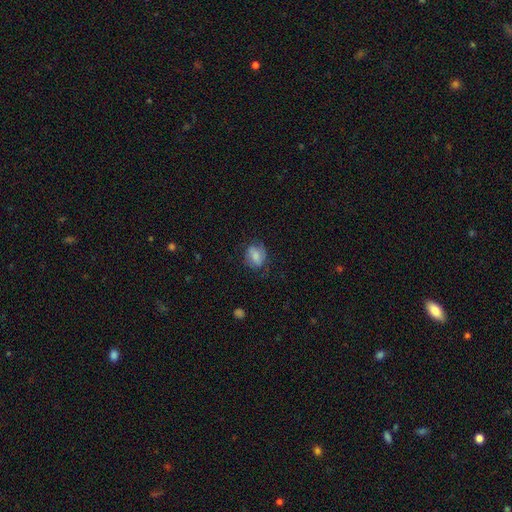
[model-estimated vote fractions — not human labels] Smooth or featured? smooth (67%)
How rounded? in between (51%)
Merging? none (64%)